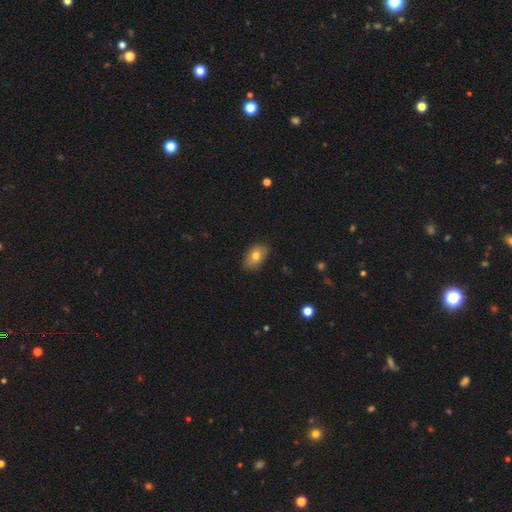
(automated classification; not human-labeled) This is likely a smooth galaxy (76%). How rounded: clearly in between (85%). Merging: clearly none (81%).